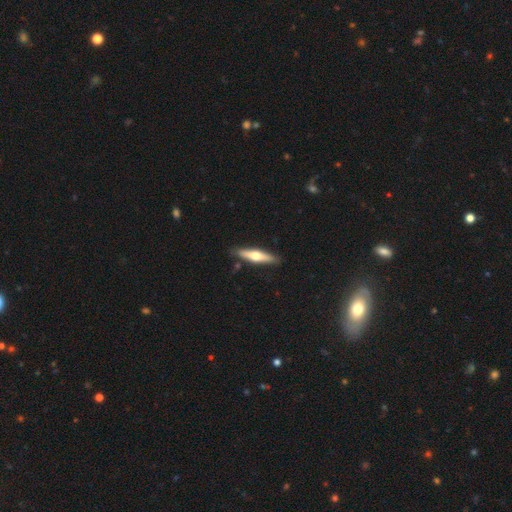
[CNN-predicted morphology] Overall: featured or disk (55%; smooth 40%). Edge-on disk: yes (94%). Edge-on bulge: rounded (92%). Merging: none (86%).